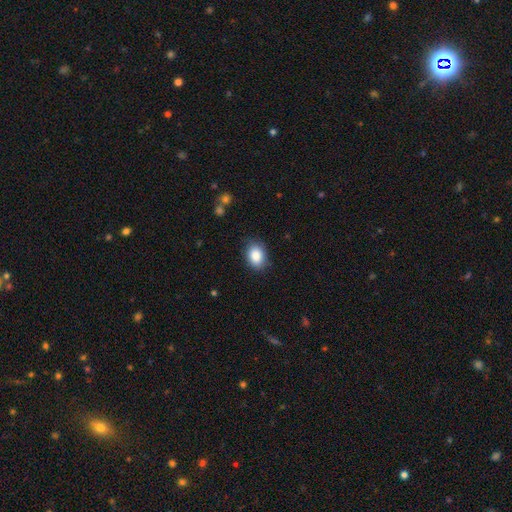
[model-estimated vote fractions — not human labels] Q: Smooth or featured?
A: smooth (86%); runner-up: star or artifact (8%)
Q: How rounded?
A: in between (72%); runner-up: round (27%)
Q: Merging?
A: none (82%); runner-up: minor disturbance (14%)